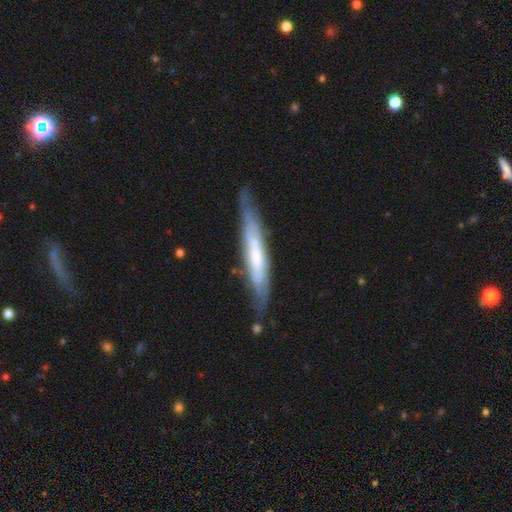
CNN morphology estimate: Q: Smooth or featured?
A: featured or disk (59%); runner-up: smooth (35%)
Q: Edge-on disk?
A: yes (72%); runner-up: no (28%)
Q: Merging?
A: none (69%); runner-up: minor disturbance (22%)